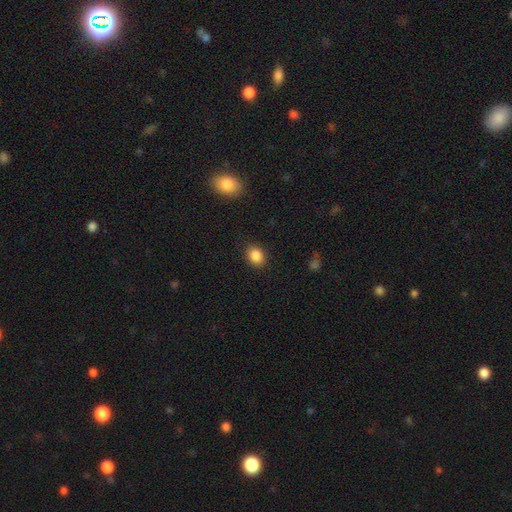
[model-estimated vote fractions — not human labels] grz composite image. It shows a smooth galaxy with no disk features (87%) that is in between round and cigar-shaped (59%). Merging: none (87%).